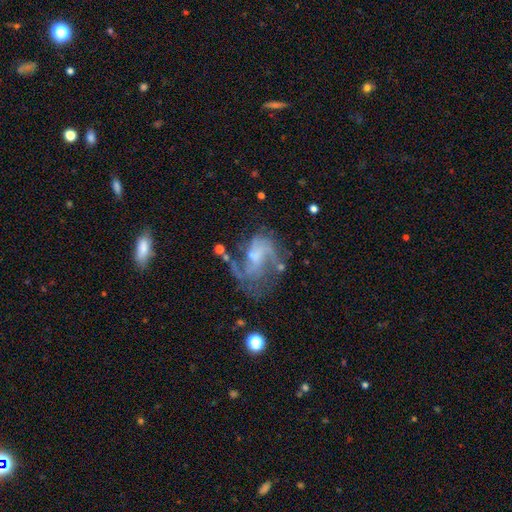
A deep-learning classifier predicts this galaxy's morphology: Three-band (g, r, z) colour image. It shows a featured or disk galaxy (79%) with no bar (50%), 2 (51%) medium (44%) spiral arms (86%) and a small central bulge (43%). Merging: none (43%).